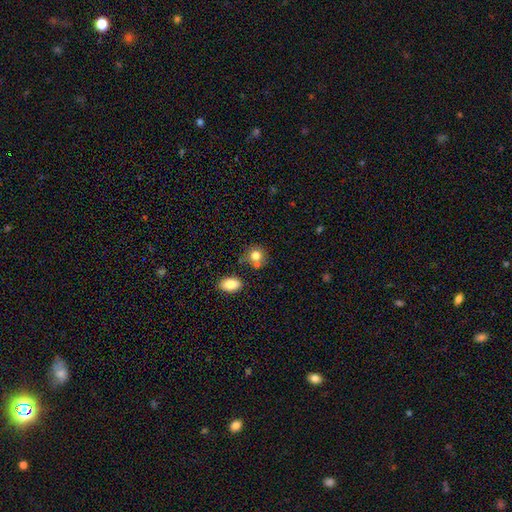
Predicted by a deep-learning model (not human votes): Morphology: type=smooth (79%); roundness=round (75%); merging=none (56%).